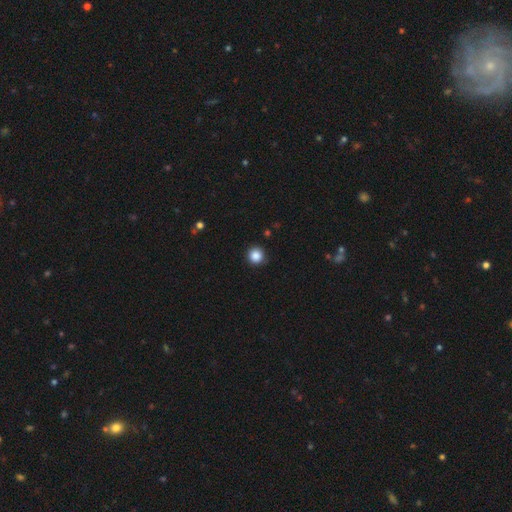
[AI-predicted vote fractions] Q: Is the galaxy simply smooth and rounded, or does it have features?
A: smooth — 86%.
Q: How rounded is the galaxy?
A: round — 95%.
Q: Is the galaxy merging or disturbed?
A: none — 91%.